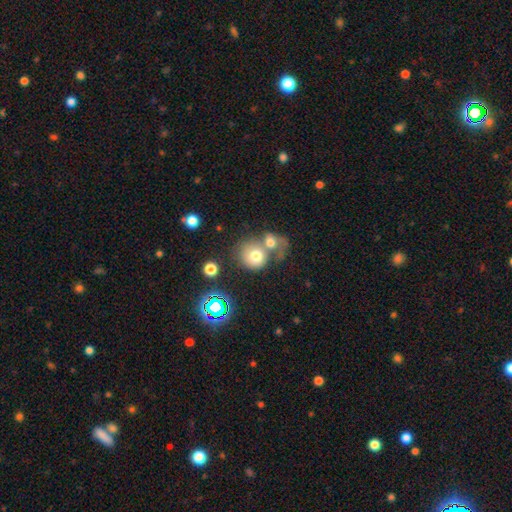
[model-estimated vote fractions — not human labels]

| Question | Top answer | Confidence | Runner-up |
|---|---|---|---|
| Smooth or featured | smooth | 69% | featured or disk (18%) |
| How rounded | round | 79% | in between (20%) |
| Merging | merger | 54% | none (30%) |